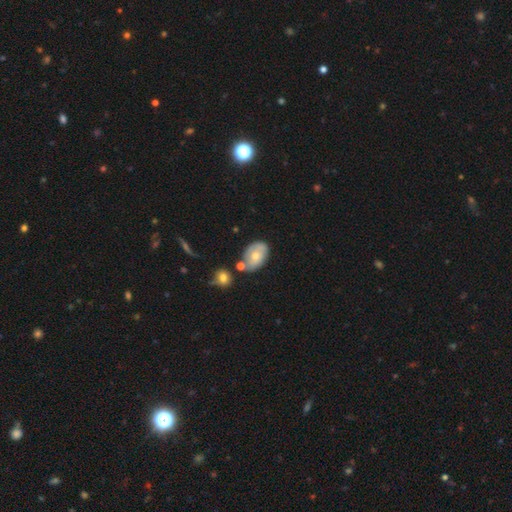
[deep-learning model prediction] Smooth or featured: smooth — 59% (featured or disk — 33%)
How rounded: in between — 85% (round — 14%)
Merging: none — 56% (minor disturbance — 23%)